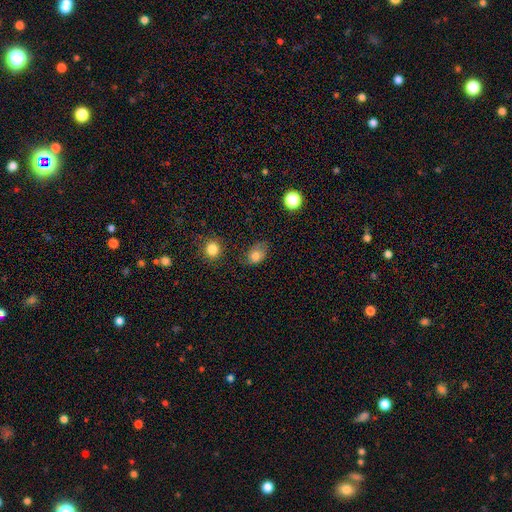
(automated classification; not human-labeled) Smooth or featured? Predicted: smooth (p=0.77). How rounded? Predicted: in between (p=0.68). Merging? Predicted: none (p=0.57).